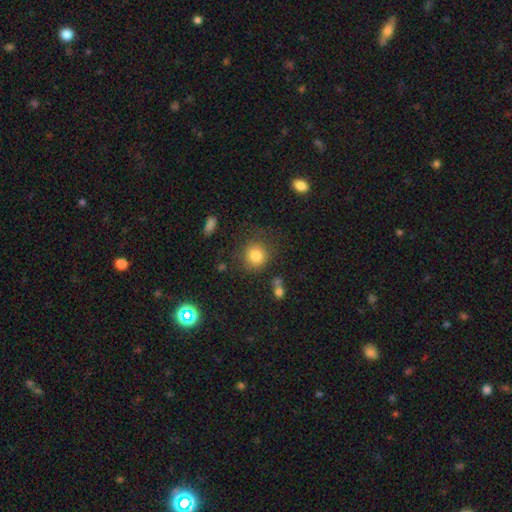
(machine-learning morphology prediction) smooth_or_featured: smooth (p=0.81) [alt: star or artifact p=0.11]
how_rounded: round (p=0.87) [alt: in between p=0.12]
merging: none (p=0.76) [alt: minor disturbance p=0.14]